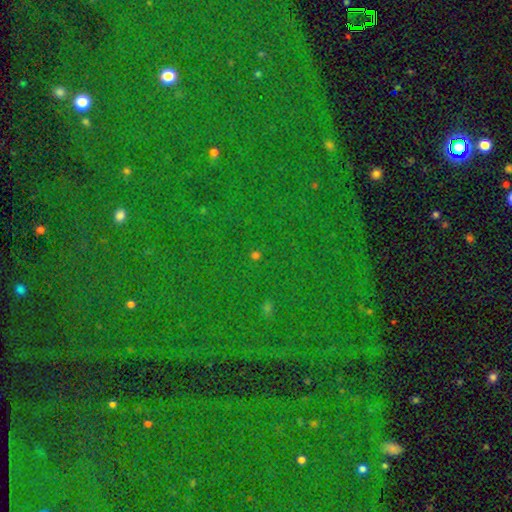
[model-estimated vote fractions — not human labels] This appears to be a star or artifact, not a galaxy (70%).